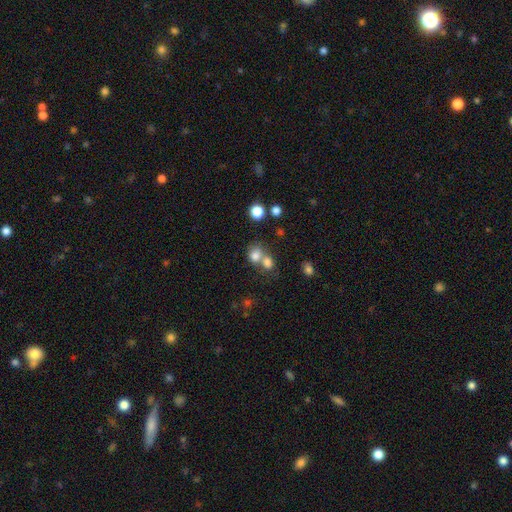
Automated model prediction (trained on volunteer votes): smooth-or-featured: smooth: 77% | star or artifact: 13% | featured or disk: 10%
  how-rounded: round: 65% | in between: 34% | cigar-shaped: 1%
  merging: merger: 50% | none: 37% | minor disturbance: 8% | major disturbance: 5%